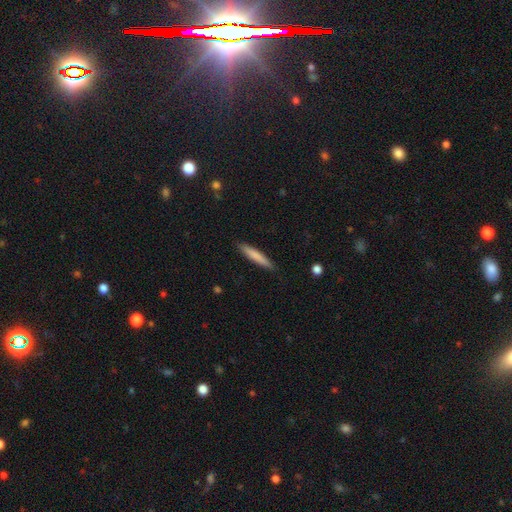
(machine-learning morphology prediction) smooth 77%, featured or disk 18%, star or artifact 5%. Down the decision tree: how rounded — cigar-shaped (93%); merging — none (89%).